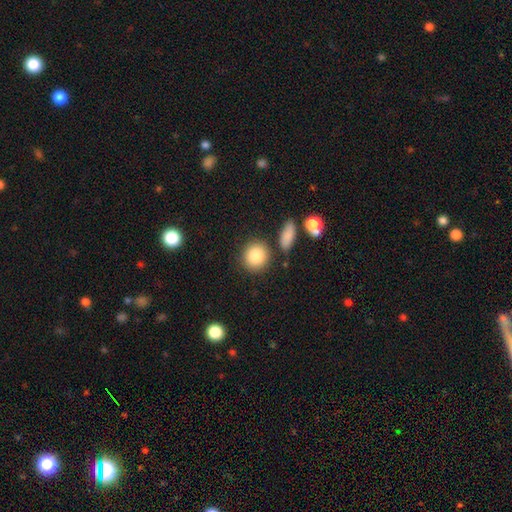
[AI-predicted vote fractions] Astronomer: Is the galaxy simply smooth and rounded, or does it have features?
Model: smooth — 85%.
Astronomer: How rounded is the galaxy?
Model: round — 83%.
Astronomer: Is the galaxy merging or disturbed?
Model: none — 81%.